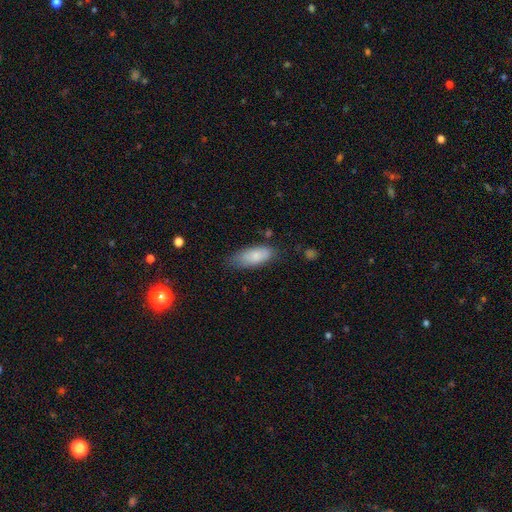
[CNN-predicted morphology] smooth_or_featured: smooth (p=0.81) [alt: featured or disk p=0.13]
how_rounded: in between (p=0.81) [alt: cigar-shaped p=0.17]
merging: none (p=0.65) [alt: minor disturbance p=0.26]